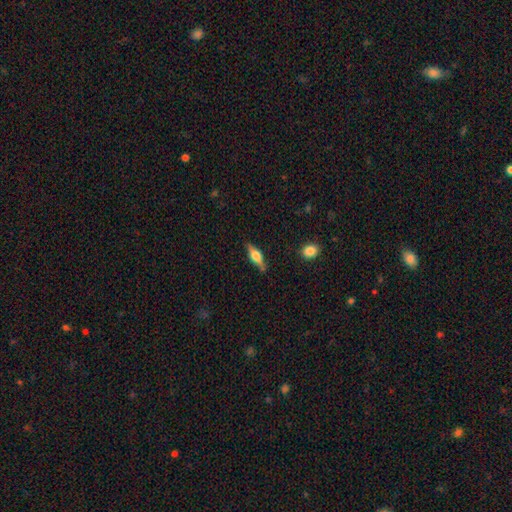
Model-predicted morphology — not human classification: smooth-or-featured: featured or disk: 59% | smooth: 34% | star or artifact: 7%
  disk-edge-on: yes: 95% | no: 5%
    edge-on-bulge: rounded: 89% | boxy: 10% | none: 2%
  merging: none: 81% | minor disturbance: 14% | major disturbance: 3% | merger: 2%